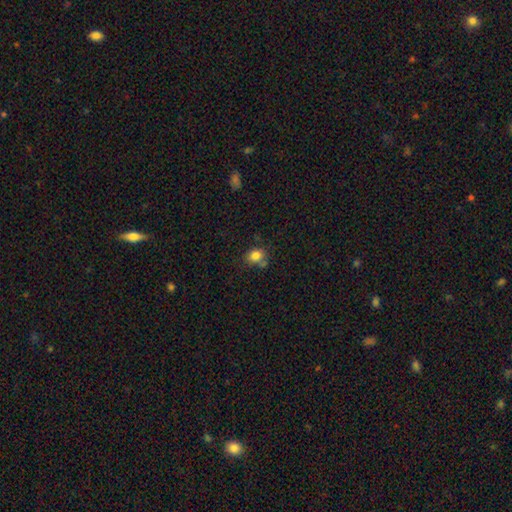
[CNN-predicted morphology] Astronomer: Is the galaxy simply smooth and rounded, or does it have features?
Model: smooth — 82%.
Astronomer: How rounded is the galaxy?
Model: round — 55% (runner-up: in between, 44%).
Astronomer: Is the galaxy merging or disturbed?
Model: none — 62%.